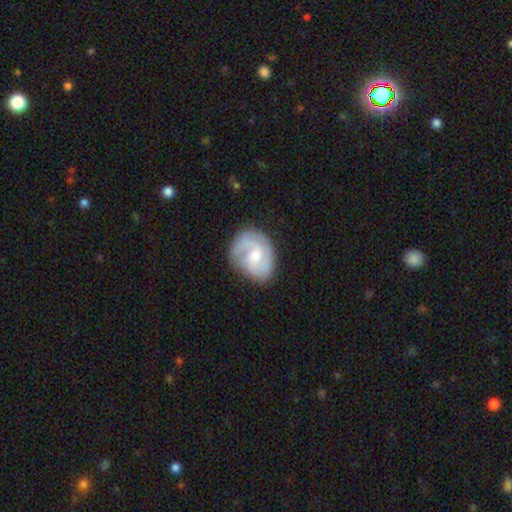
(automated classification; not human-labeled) This appears to be a featured or disk galaxy (74%) with no bar (56%), 2 (56%) medium (44%) spiral arms (92%) and a moderate central bulge (56%). Merging: none (70%).